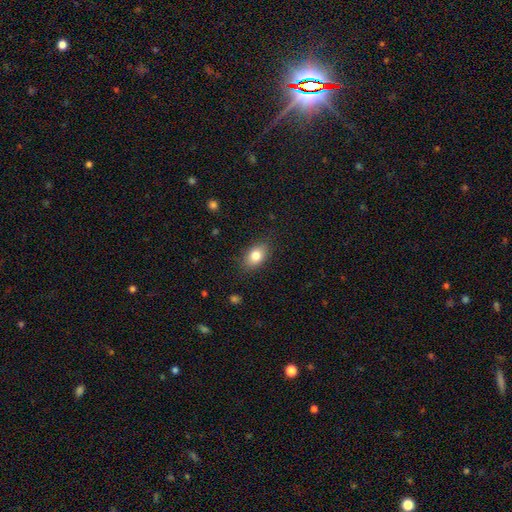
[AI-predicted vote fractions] smooth-or-featured: smooth: 81% | featured or disk: 10% | star or artifact: 8%
  how-rounded: in between: 84% | round: 14% | cigar-shaped: 2%
  merging: none: 83% | minor disturbance: 13% | major disturbance: 3% | merger: 1%